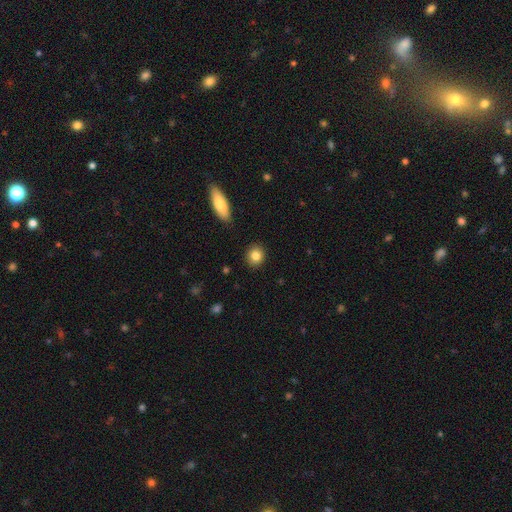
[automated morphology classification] smooth-or-featured: smooth: 83% | star or artifact: 9% | featured or disk: 8%
  how-rounded: round: 82% | in between: 17% | cigar-shaped: 1%
  merging: none: 90% | minor disturbance: 7% | major disturbance: 2% | merger: 1%